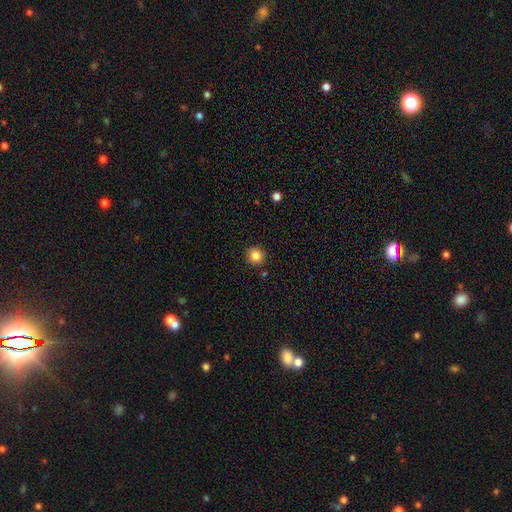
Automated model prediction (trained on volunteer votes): This is clearly a smooth galaxy (83%). How rounded: clearly round (92%). Merging: clearly none (88%).